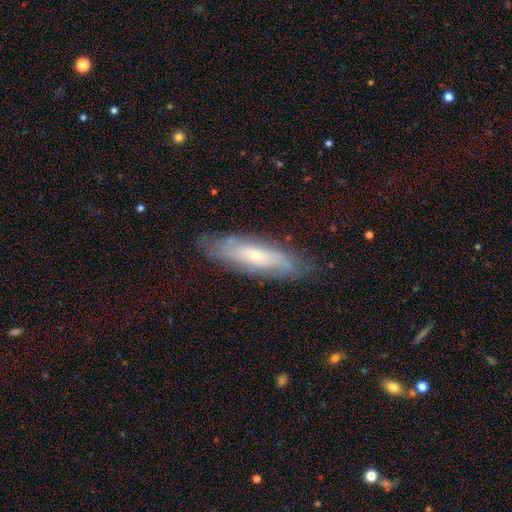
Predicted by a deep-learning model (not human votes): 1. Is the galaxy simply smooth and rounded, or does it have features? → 59% featured or disk, 34% smooth, 7% star or artifact.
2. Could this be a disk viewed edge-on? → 64% no, 36% yes.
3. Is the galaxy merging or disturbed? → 77% none, 17% minor disturbance, 4% major disturbance, 1% merger.